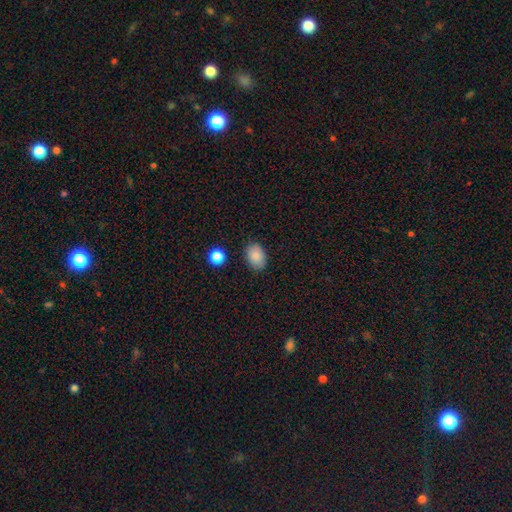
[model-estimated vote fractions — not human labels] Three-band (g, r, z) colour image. It shows a smooth galaxy with no disk features (87%) that is in between round and cigar-shaped (78%). Merging: none (85%).